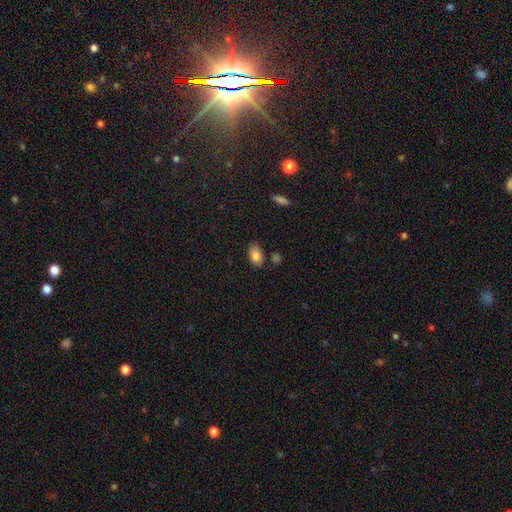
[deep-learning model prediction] smooth_or_featured: smooth (p=0.83) [alt: featured or disk p=0.09]
how_rounded: in between (p=0.91) [alt: round p=0.07]
merging: none (p=0.74) [alt: minor disturbance p=0.18]